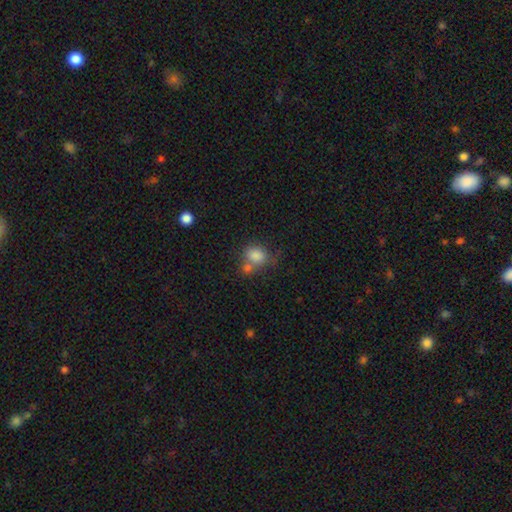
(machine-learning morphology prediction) Smooth or featured? Predicted: smooth (p=0.82). How rounded? Predicted: in between (p=0.50). Merging? Predicted: none (p=0.43).